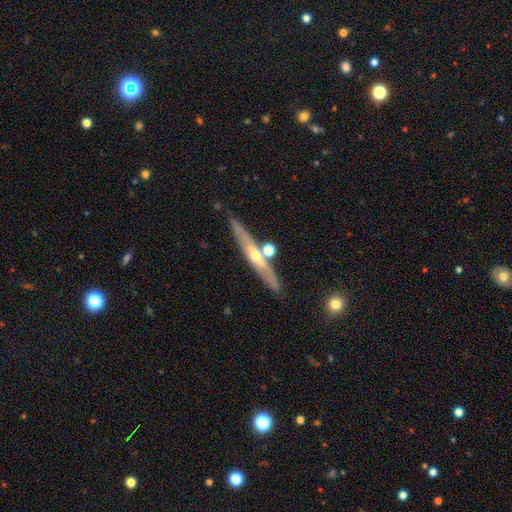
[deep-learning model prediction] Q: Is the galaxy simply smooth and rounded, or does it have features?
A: featured or disk — 65%.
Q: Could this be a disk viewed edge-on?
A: yes — 87%.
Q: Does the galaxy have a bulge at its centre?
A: rounded — 79%.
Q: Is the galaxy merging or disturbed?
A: none — 75%.